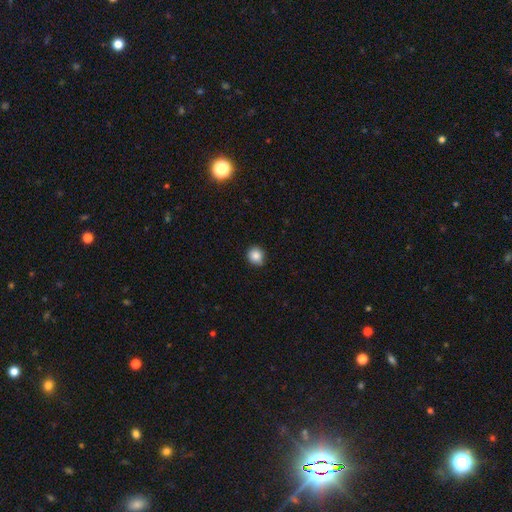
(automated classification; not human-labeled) Overall: smooth (86%). How rounded: round (86%). Merging: none (85%).